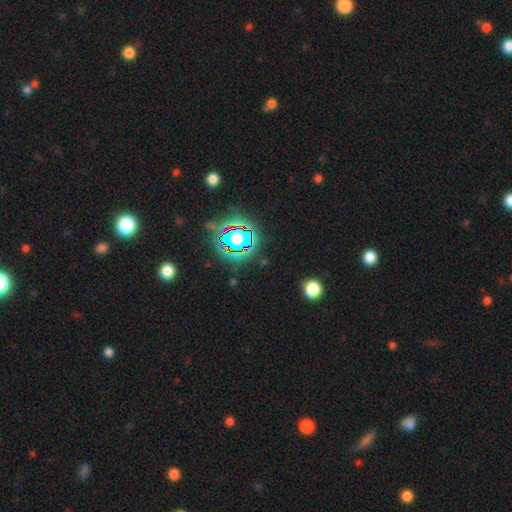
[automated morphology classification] Overall: star or artifact (73%).